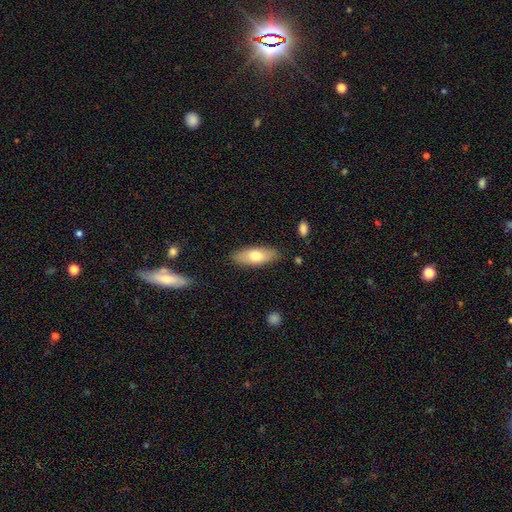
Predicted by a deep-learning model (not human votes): This appears to be a smooth galaxy with no disk features (69%) that is in between round and cigar-shaped (75%). Merging: none (85%).